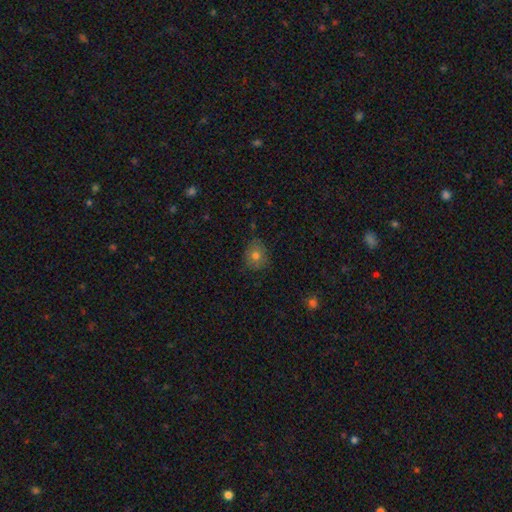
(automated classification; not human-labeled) Smooth or featured? Predicted: smooth (p=0.75). How rounded? Predicted: round (p=0.74). Merging? Predicted: none (p=0.76).